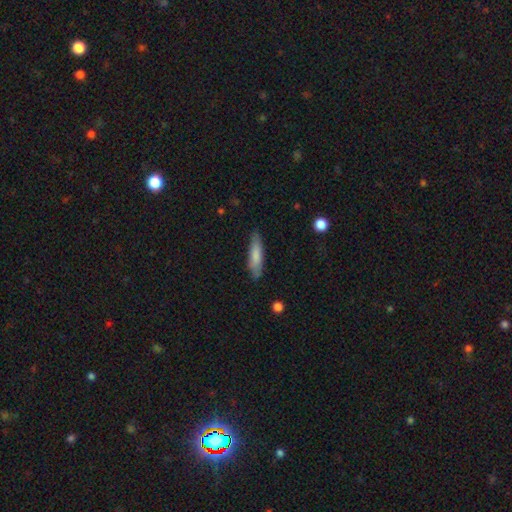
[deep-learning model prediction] Smooth or featured: smooth — 77% (featured or disk — 17%)
How rounded: cigar-shaped — 72% (in between — 27%)
Merging: none — 80% (minor disturbance — 15%)